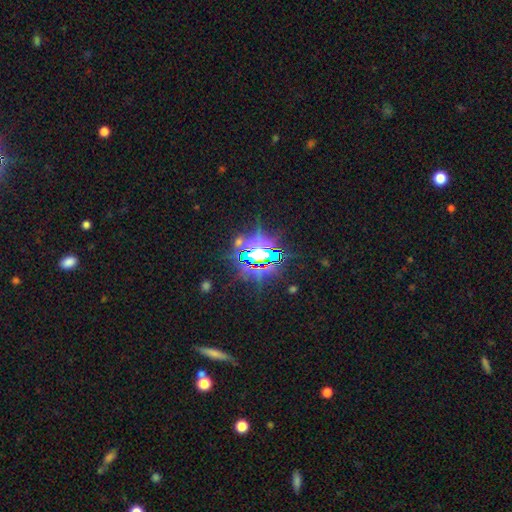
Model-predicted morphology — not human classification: Smooth or featured: star or artifact — 81% (smooth — 11%)